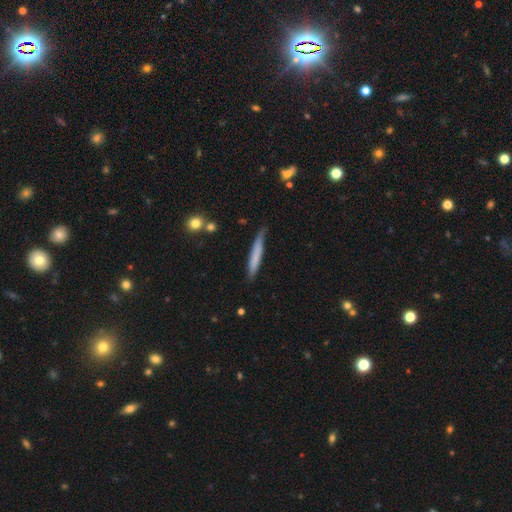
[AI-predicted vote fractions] A smooth galaxy with no disk features (67%) that is cigar-shaped (95%).

Vote fractions:
- Smooth or featured? smooth: 67% / featured or disk: 28% / star or artifact: 6%
- How rounded? cigar-shaped: 95% / in between: 4% / round: 1%
- Merging? none: 73% / minor disturbance: 21% / major disturbance: 4% / merger: 2%